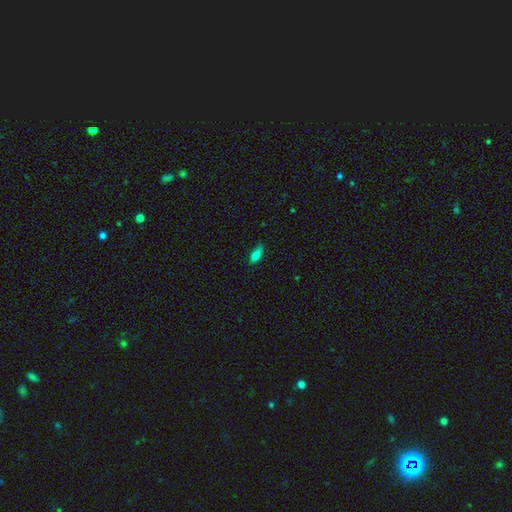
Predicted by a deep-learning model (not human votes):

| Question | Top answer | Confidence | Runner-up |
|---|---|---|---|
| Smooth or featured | smooth | 74% | featured or disk (17%) |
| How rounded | in between | 67% | cigar-shaped (29%) |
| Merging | none | 65% | minor disturbance (27%) |